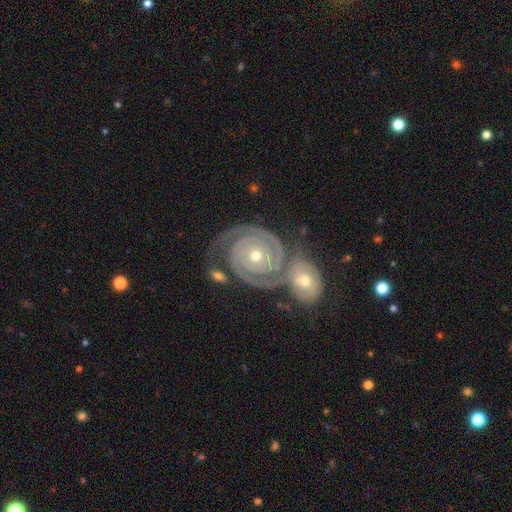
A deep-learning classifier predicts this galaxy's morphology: Smooth or featured: featured or disk — 93% (star or artifact — 4%)
Edge-on disk: no — 98% (yes — 2%)
Bar: no — 81% (weak — 12%)
Spiral arms: yes — 99% (no — 1%)
Spiral winding: tight — 87% (medium — 11%)
Spiral arm count: 2 — 87% (3 — 5%)
Bulge size: moderate — 49% (small — 48%)
Merging: none — 56% (merger — 27%)